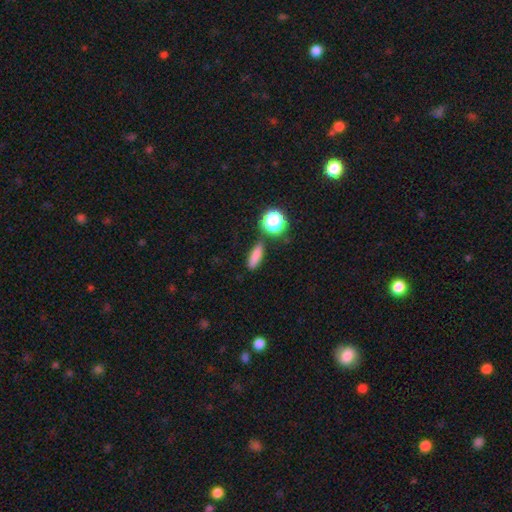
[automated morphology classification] Overall: smooth (80%). How rounded: cigar-shaped (50%; in between 38%). Merging: none (82%).